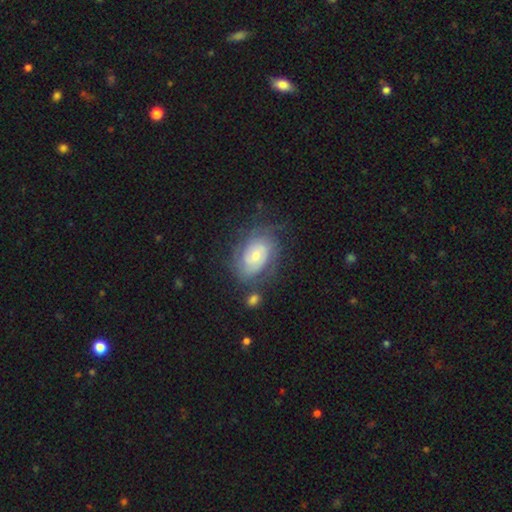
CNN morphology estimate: Overall: featured or disk (69%). Edge-on disk: no (96%). Bar: no (71%). Spiral arms: yes (87%). Spiral arm count: can't tell (47%; 2 25%). Spiral winding: tight (65%; medium 25%). Bulge size: small (49%; moderate 43%). Merging: none (64%).